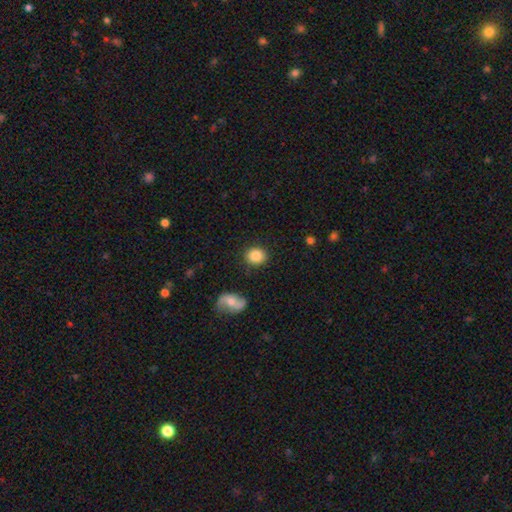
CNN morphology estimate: smooth-or-featured: smooth: 84% | star or artifact: 8% | featured or disk: 8%
  how-rounded: round: 76% | in between: 23% | cigar-shaped: 1%
  merging: none: 87% | minor disturbance: 8% | merger: 3% | major disturbance: 2%